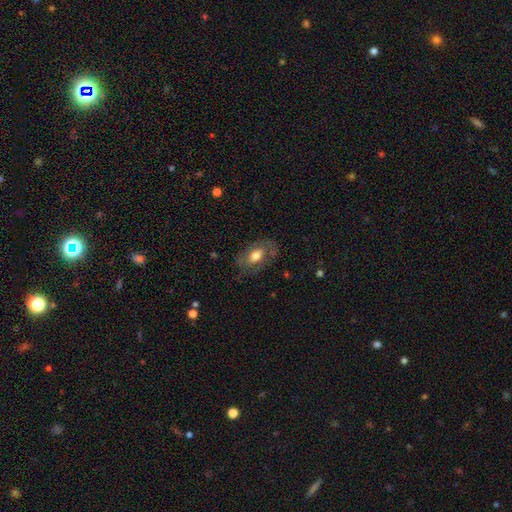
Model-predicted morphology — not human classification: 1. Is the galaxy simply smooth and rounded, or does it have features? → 57% smooth, 37% featured or disk, 7% star or artifact.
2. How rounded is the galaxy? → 89% in between, 9% round, 2% cigar-shaped.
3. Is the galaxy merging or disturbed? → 69% none, 20% minor disturbance, 10% major disturbance, 2% merger.